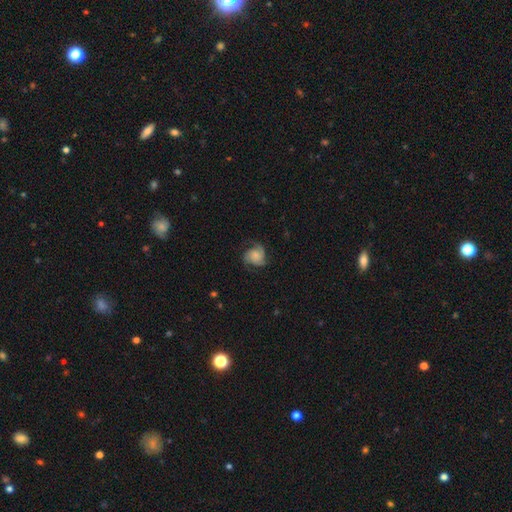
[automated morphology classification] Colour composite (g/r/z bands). It shows a featured or disk galaxy (73%) with no bar (75%), 3 (56%) medium (46%) spiral arms (96%) and a small central bulge (40%). Merging: none (68%).